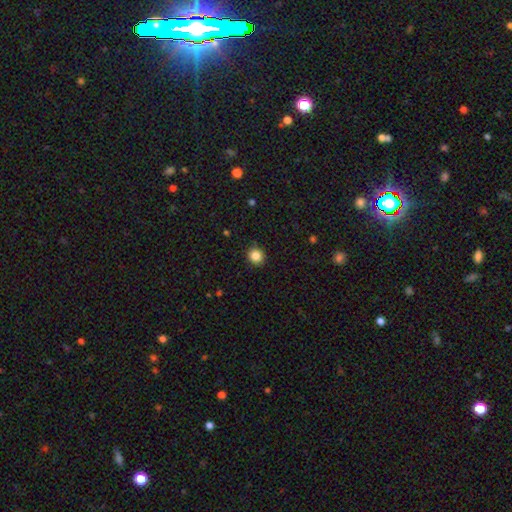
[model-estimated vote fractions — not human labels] Q: Smooth or featured?
A: smooth (85%); runner-up: star or artifact (11%)
Q: How rounded?
A: round (88%); runner-up: in between (12%)
Q: Merging?
A: none (90%); runner-up: minor disturbance (7%)